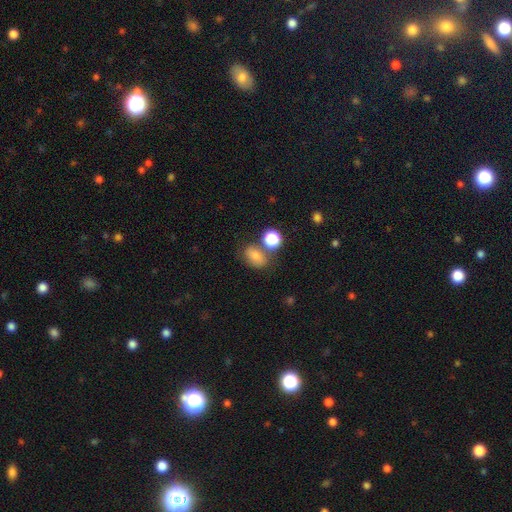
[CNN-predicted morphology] A smooth galaxy with no disk features (74%) that is in between round and cigar-shaped (71%). Merging: none (62%).